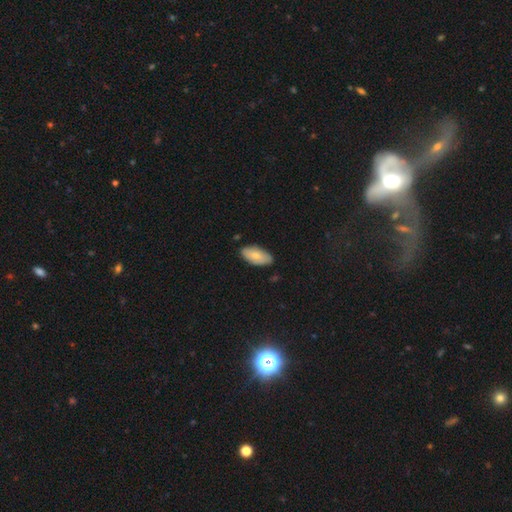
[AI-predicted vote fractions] Morphology: type=smooth (74%); roundness=in between (93%); merging=none (81%).